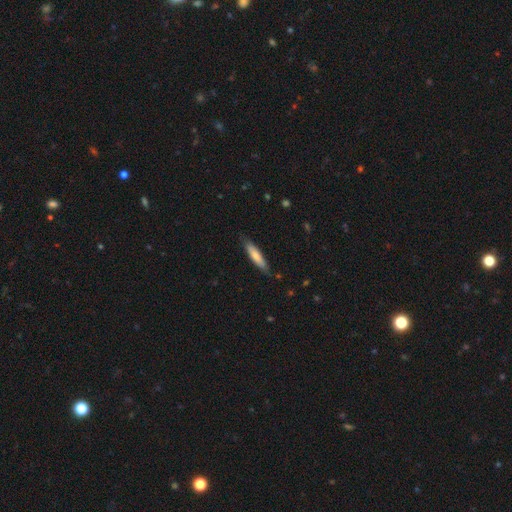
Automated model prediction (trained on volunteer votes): Overall: smooth (71%). How rounded: cigar-shaped (82%). Merging: none (82%).